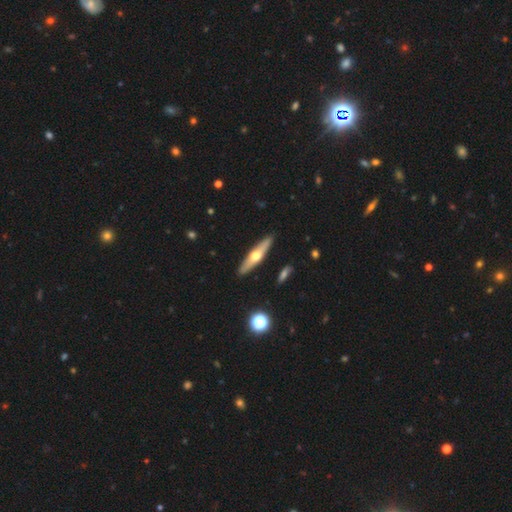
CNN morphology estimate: This is possibly a featured or disk galaxy (55%). It is clearly viewed edge-on (91%). Edge-on bulge: clearly rounded (93%). Merging: clearly none (90%).